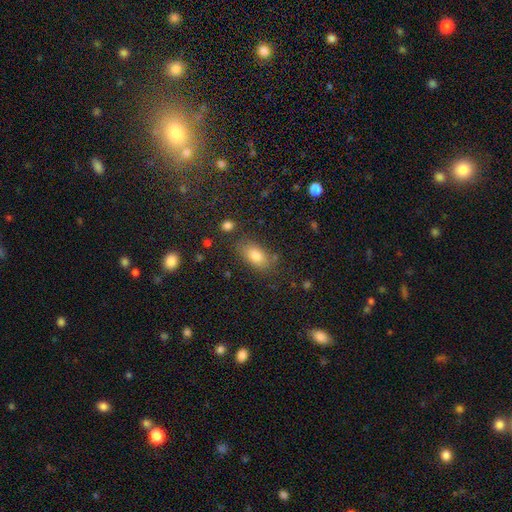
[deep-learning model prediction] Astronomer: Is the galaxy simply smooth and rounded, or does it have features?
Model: smooth — 78%.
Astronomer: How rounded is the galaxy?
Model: in between — 87%.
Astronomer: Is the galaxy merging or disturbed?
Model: none — 79%.